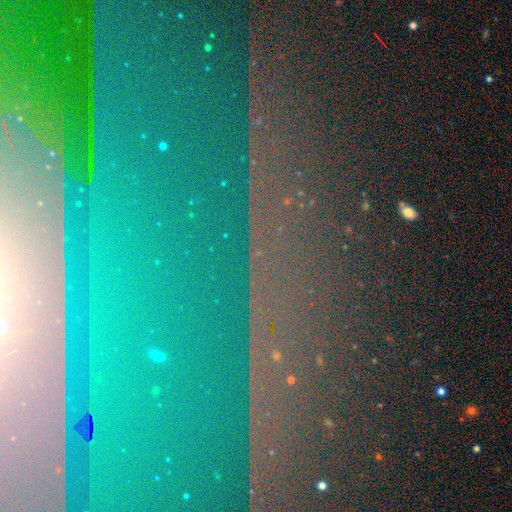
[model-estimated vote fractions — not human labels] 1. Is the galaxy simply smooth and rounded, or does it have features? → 83% star or artifact, 10% featured or disk, 7% smooth.